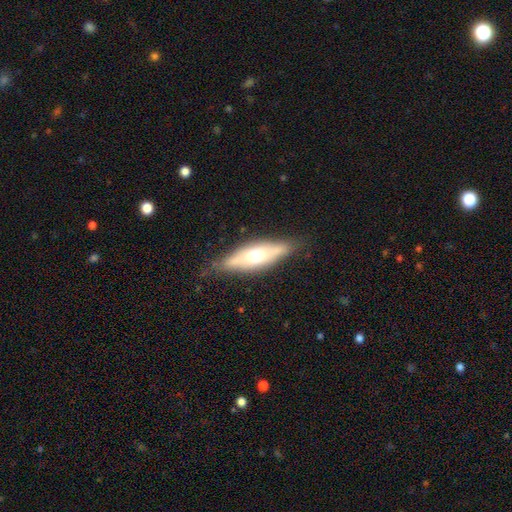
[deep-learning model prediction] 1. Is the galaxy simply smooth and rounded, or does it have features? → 52% featured or disk, 42% smooth, 6% star or artifact.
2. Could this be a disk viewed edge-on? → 71% yes, 29% no.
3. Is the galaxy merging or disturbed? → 76% none, 18% minor disturbance, 4% major disturbance, 2% merger.